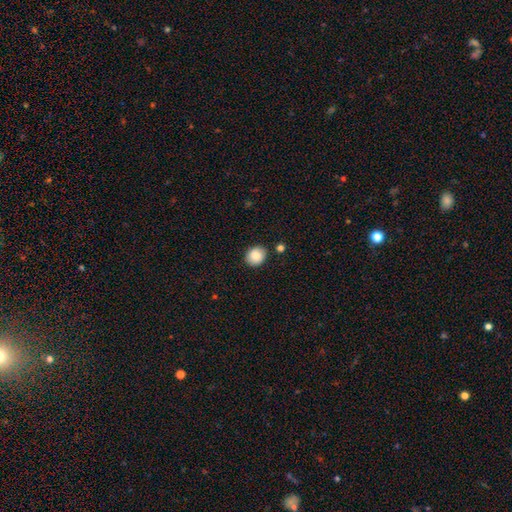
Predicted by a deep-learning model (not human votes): A smooth galaxy with no disk features (86%) that is round (66%). Merging: none (86%).